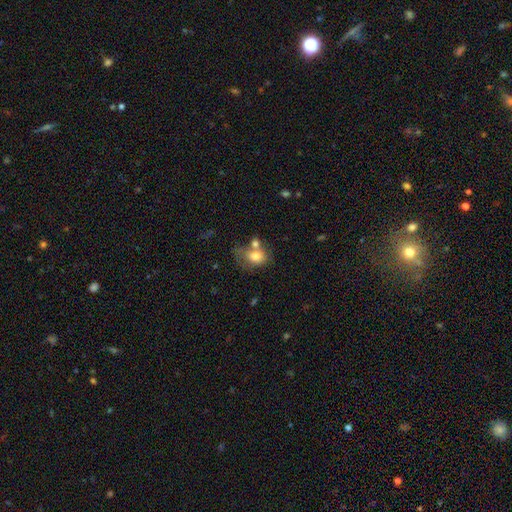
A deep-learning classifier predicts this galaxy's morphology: This appears to be a smooth galaxy with no disk features (74%) that is in between round and cigar-shaped (66%). Merging: merger (38%).